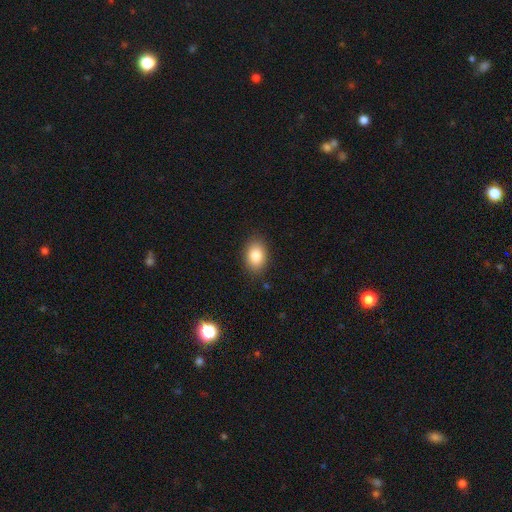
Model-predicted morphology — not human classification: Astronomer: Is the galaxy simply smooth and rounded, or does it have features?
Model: smooth — 84%.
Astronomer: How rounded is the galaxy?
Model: in between — 80%.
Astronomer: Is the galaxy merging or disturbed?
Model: none — 86%.